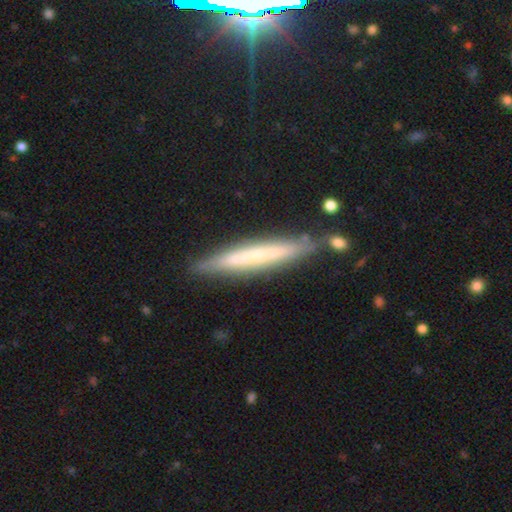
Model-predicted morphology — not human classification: A smooth galaxy with no disk features (50%). Merging: none (84%).